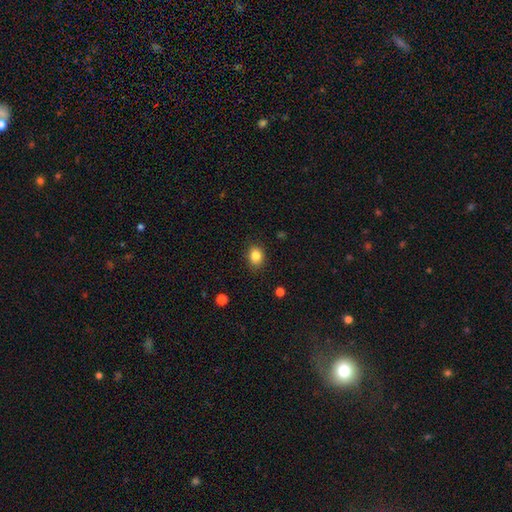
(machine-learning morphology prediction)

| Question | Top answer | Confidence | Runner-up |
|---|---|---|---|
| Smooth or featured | smooth | 84% | star or artifact (10%) |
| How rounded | round | 52% | in between (47%) |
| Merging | none | 87% | minor disturbance (10%) |